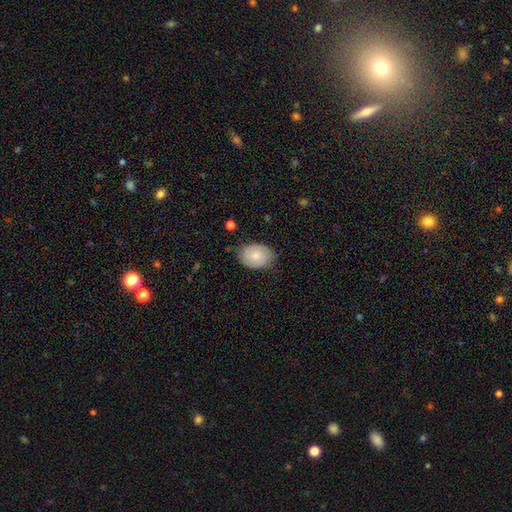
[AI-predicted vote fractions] Overall: smooth (77%). How rounded: in between (76%). Merging: none (79%).